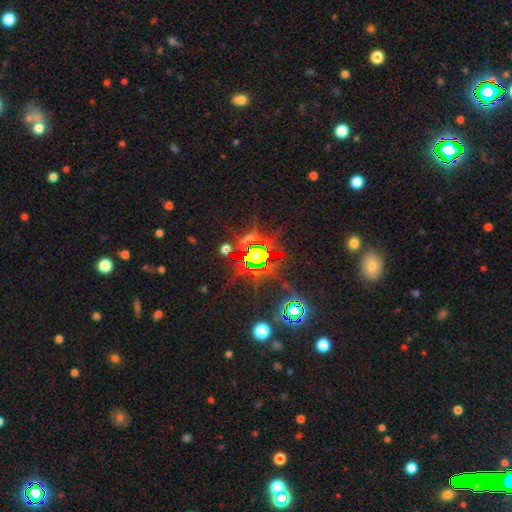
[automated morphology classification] Smooth or featured: star or artifact — 74% (featured or disk — 15%)